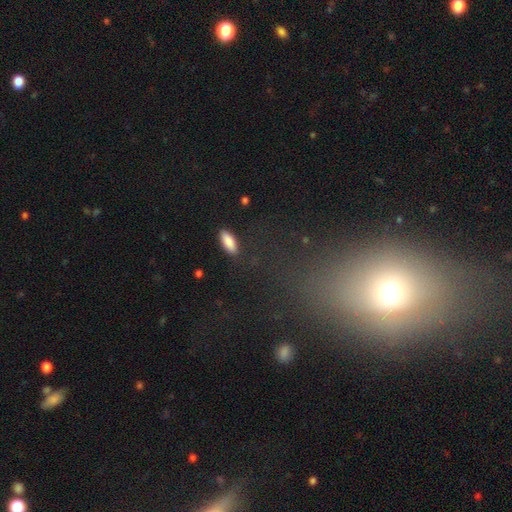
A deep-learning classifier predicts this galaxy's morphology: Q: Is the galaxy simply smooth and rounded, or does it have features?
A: smooth — 48%.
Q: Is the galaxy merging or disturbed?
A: none — 70%.